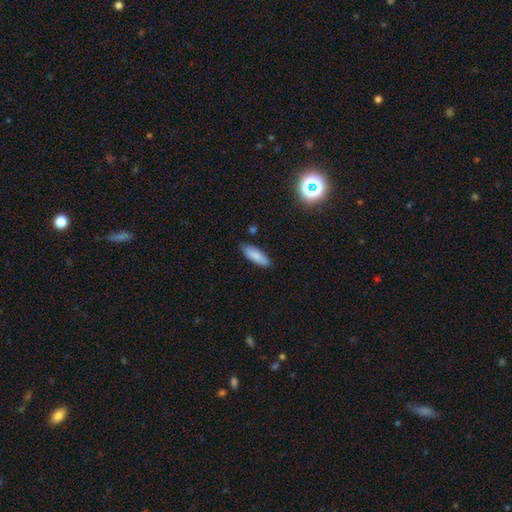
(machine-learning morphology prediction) Smooth or featured? smooth (86%)
How rounded? in between (62%)
Merging? none (86%)